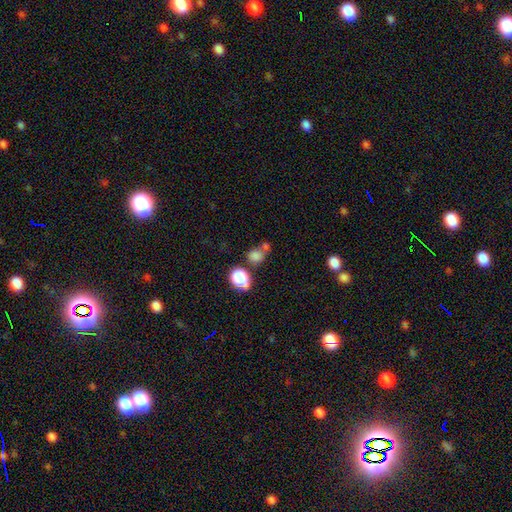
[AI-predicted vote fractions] This is likely a smooth galaxy (74%). How rounded: likely round (68%). Merging: possibly none (47%).